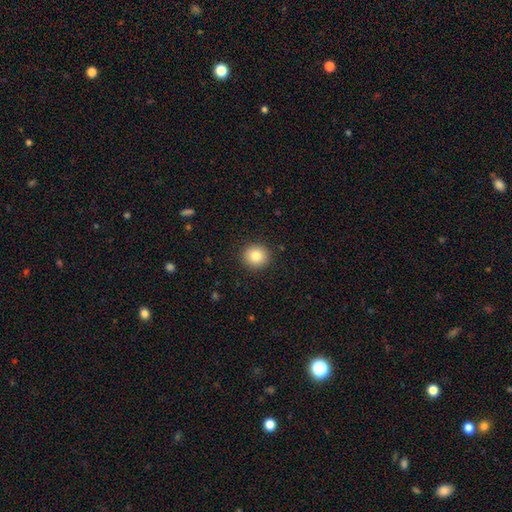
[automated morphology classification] smooth_or_featured: smooth (p=0.83) [alt: star or artifact p=0.10]
how_rounded: round (p=0.89) [alt: in between p=0.10]
merging: none (p=0.91) [alt: minor disturbance p=0.06]